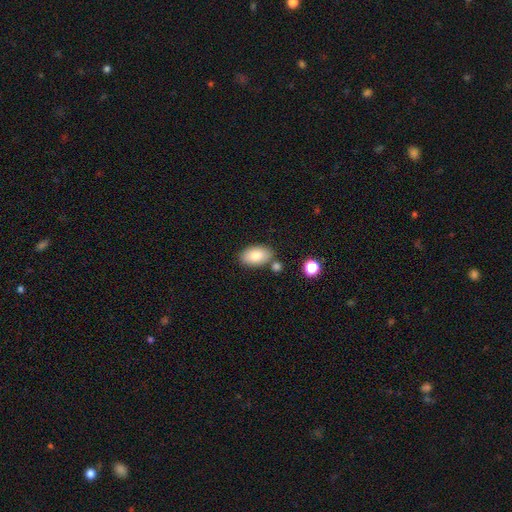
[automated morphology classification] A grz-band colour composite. It shows a smooth galaxy with no disk features (81%) that is in between round and cigar-shaped (92%). Merging: none (76%).